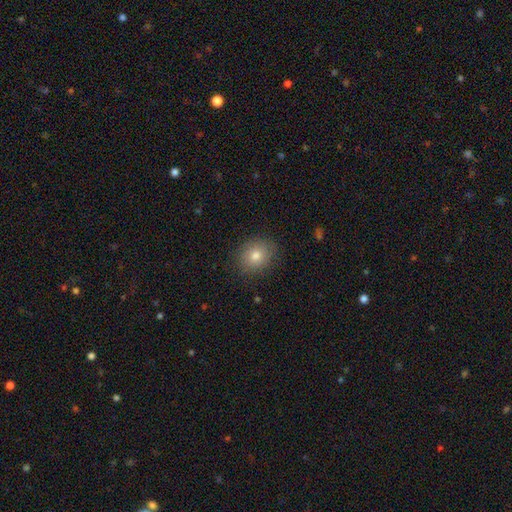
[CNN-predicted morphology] A smooth galaxy with no disk features (79%) that is round (68%). Merging: none (87%).